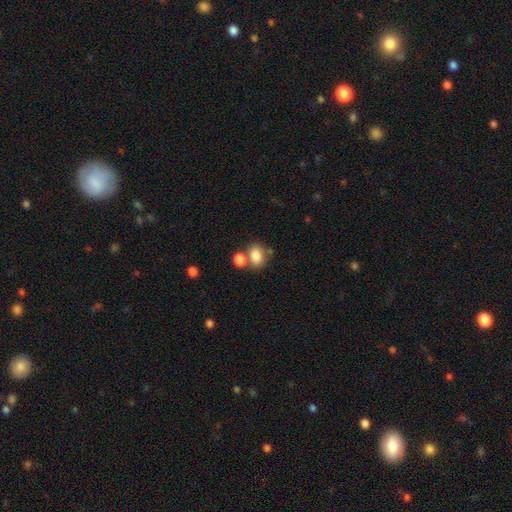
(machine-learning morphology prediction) This is clearly a smooth galaxy (83%). How rounded: likely in between (62%). Merging: possibly none (51%).